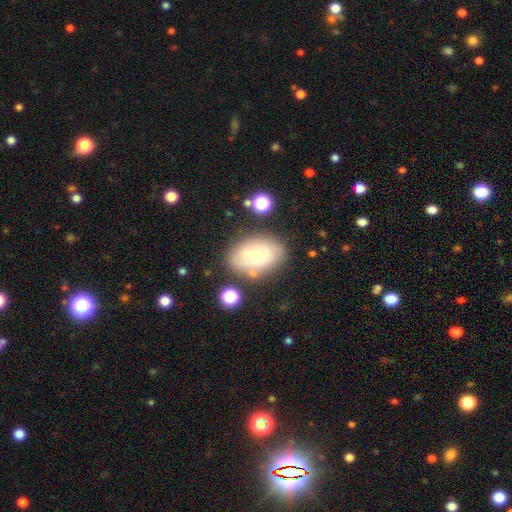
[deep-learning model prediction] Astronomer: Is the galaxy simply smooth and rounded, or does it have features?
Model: smooth — 52% (runner-up: featured or disk, 39%).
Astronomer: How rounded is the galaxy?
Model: in between — 80%.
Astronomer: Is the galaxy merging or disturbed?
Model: none — 73%.